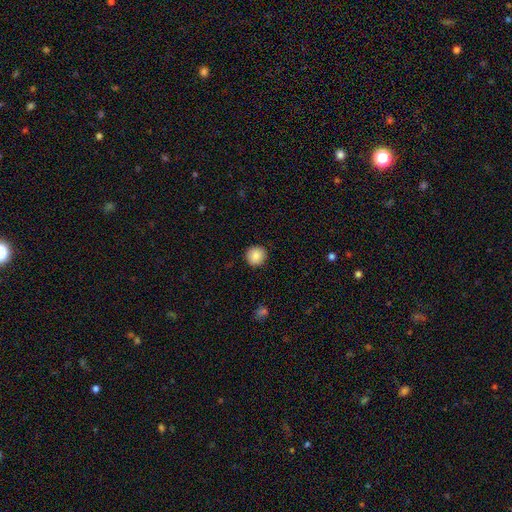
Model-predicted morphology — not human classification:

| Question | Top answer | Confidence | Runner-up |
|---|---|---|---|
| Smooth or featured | smooth | 87% | star or artifact (8%) |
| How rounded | round | 94% | in between (5%) |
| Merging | none | 91% | minor disturbance (6%) |